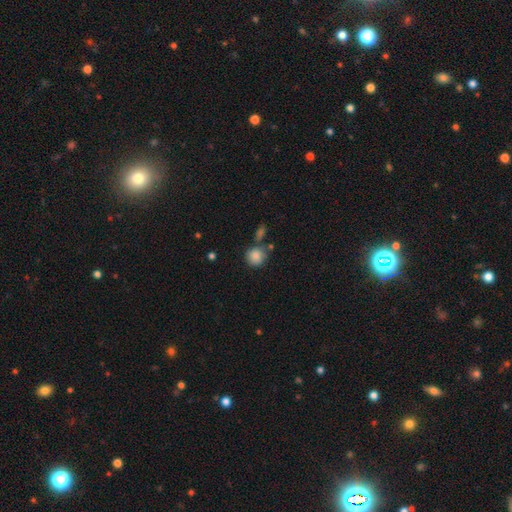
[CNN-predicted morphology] Q: Smooth or featured?
A: smooth (86%); runner-up: star or artifact (8%)
Q: How rounded?
A: round (87%); runner-up: in between (12%)
Q: Merging?
A: none (65%); runner-up: minor disturbance (16%)